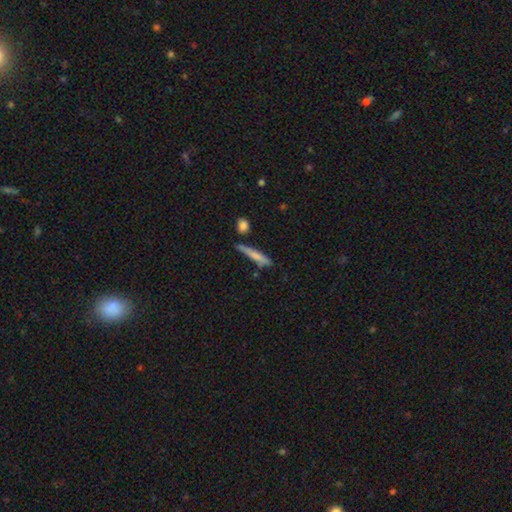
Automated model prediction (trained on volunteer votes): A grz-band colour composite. It shows a smooth galaxy with no disk features (70%) that is cigar-shaped (90%). Merging: none (66%).